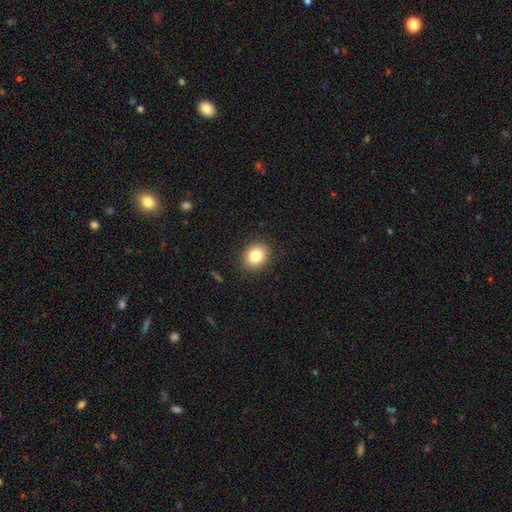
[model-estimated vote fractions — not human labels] Smooth or featured? Predicted: smooth (p=0.82). How rounded? Predicted: round (p=0.66). Merging? Predicted: none (p=0.90).